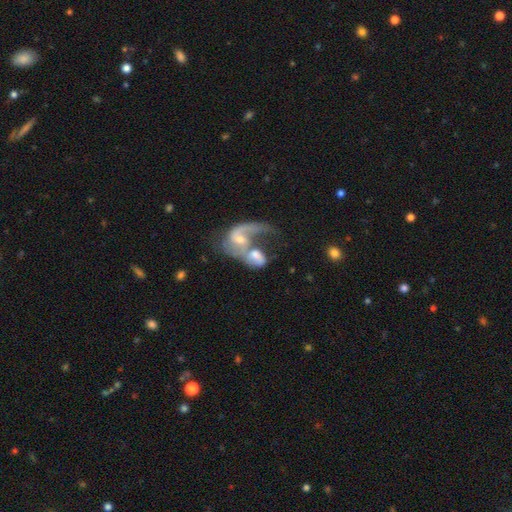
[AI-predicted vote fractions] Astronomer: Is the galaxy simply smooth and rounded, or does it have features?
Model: featured or disk — 65%.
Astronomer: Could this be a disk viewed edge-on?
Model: no — 96%.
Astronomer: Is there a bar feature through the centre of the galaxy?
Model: no — 53% (runner-up: weak, 36%).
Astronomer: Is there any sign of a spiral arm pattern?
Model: yes — 77%.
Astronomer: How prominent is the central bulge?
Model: moderate — 48% (runner-up: small, 35%).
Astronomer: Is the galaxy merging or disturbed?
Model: merger — 72%.